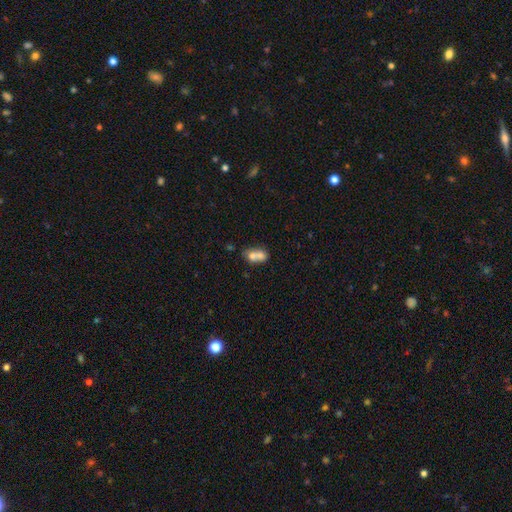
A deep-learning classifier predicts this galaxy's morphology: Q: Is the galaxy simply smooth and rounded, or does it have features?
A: smooth — 67%.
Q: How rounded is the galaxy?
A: in between — 69%.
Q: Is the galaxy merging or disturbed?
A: merger — 60%.